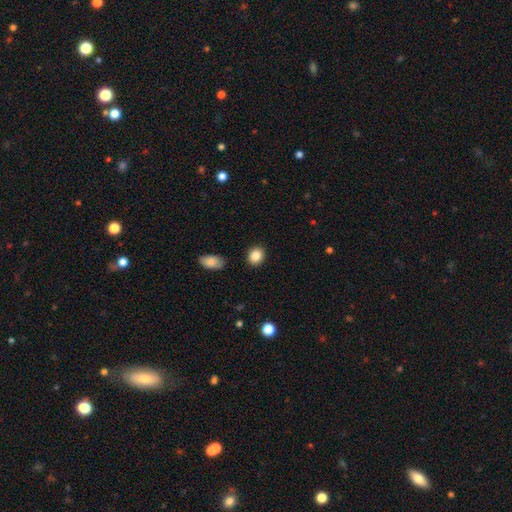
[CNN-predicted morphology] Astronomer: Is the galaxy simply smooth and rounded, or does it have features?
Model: smooth — 87%.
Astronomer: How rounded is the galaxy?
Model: round — 64%.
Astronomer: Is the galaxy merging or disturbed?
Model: none — 89%.